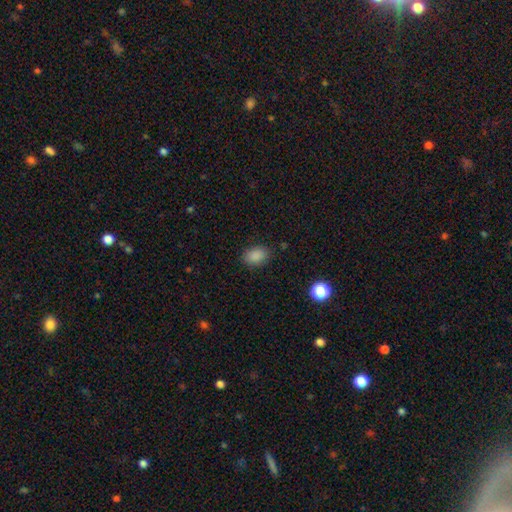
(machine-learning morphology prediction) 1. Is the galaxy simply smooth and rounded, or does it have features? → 87% smooth, 10% star or artifact, 3% featured or disk.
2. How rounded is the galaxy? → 81% in between, 17% round, 1% cigar-shaped.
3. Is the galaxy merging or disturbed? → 85% none, 11% minor disturbance, 3% major disturbance, 1% merger.